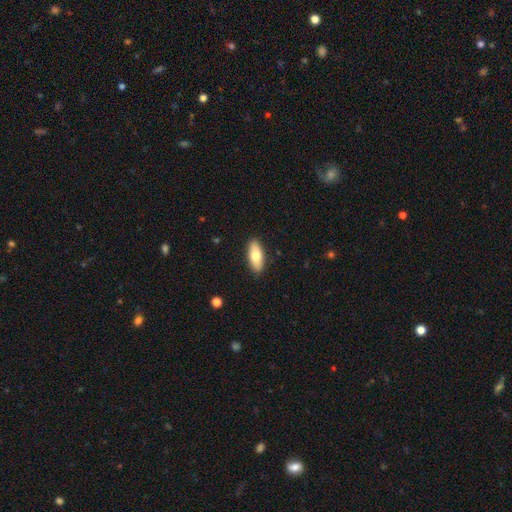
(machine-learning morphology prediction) Smooth or featured: smooth — 73% (featured or disk — 21%)
How rounded: in between — 82% (cigar-shaped — 15%)
Merging: none — 89% (minor disturbance — 8%)